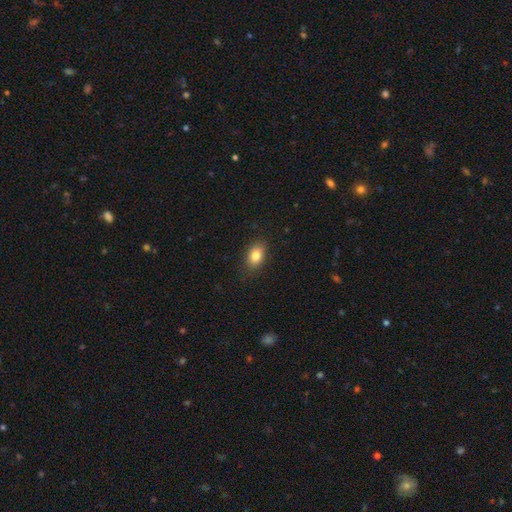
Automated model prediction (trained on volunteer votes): The model was most divided on "how rounded": in between: 84%, round: 15%, cigar-shaped: 2%. More confident: merging — none (86%); smooth or featured — smooth (84%).